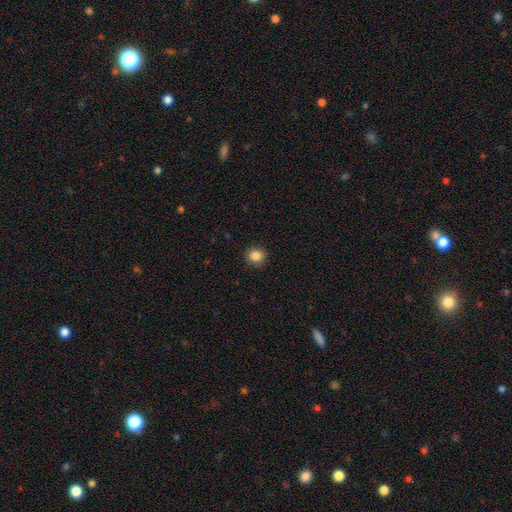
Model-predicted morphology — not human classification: This is clearly a smooth galaxy (86%). How rounded: clearly round (89%). Merging: clearly none (90%).